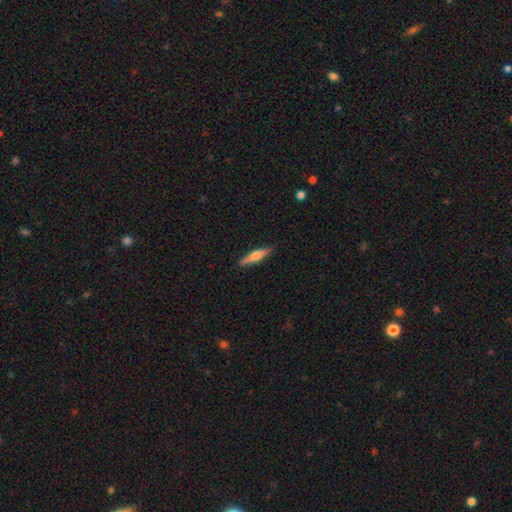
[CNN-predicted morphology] Smooth or featured: featured or disk — 50% (smooth — 45%)
Merging: none — 89% (minor disturbance — 8%)